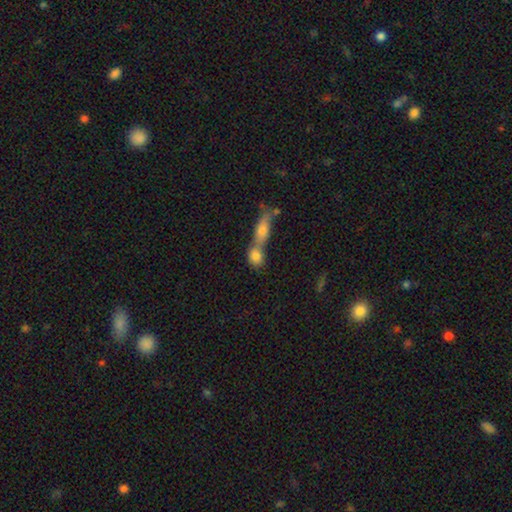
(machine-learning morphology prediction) Smooth or featured? Predicted: smooth (p=0.79). How rounded? Predicted: round (p=0.45). Merging? Predicted: merger (p=0.61).